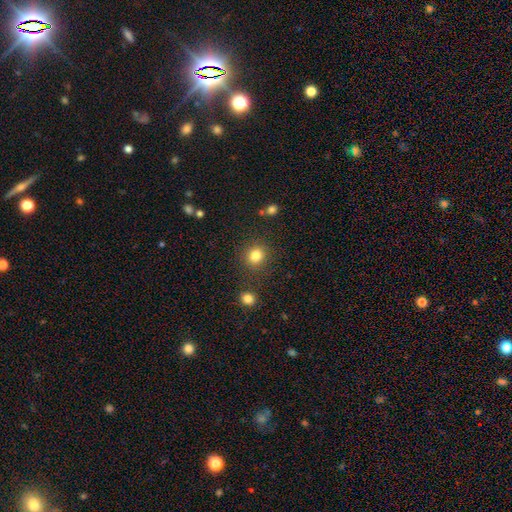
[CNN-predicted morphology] smooth_or_featured: smooth (p=0.82) [alt: star or artifact p=0.12]
how_rounded: round (p=0.86) [alt: in between p=0.13]
merging: none (p=0.86) [alt: minor disturbance p=0.08]